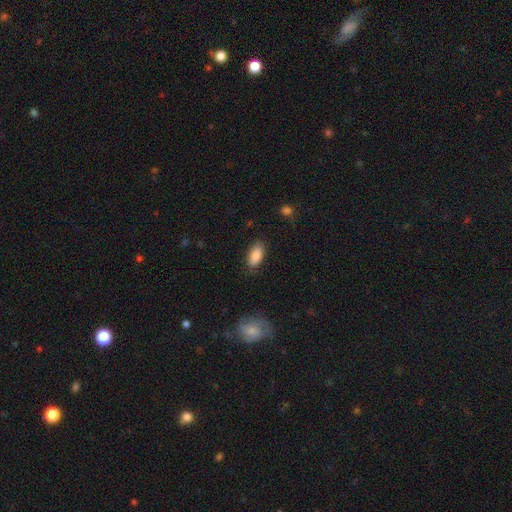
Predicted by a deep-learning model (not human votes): smooth-or-featured: smooth: 84% | featured or disk: 9% | star or artifact: 7%
  how-rounded: in between: 91% | cigar-shaped: 6% | round: 3%
  merging: none: 81% | minor disturbance: 14% | major disturbance: 3% | merger: 1%